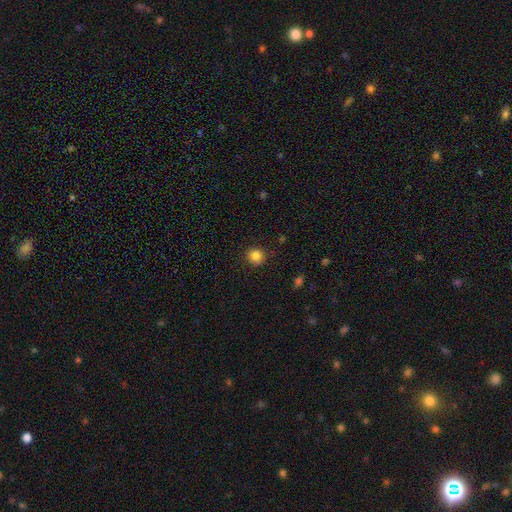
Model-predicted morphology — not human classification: A smooth galaxy with no disk features (84%) that is round (89%).

Vote fractions:
- Smooth or featured? smooth: 84% / star or artifact: 11% / featured or disk: 5%
- How rounded? round: 89% / in between: 10% / cigar-shaped: 1%
- Merging? none: 89% / minor disturbance: 8% / major disturbance: 2% / merger: 1%